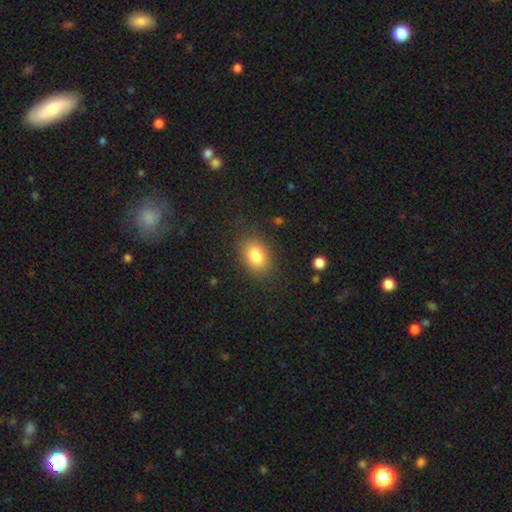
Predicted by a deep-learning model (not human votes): Smooth or featured?
  - smooth: 83% *
  - star or artifact: 9%
  - featured or disk: 8%
How rounded?
  - in between: 75% *
  - round: 24%
  - cigar-shaped: 1%
Merging?
  - none: 83% *
  - minor disturbance: 12%
  - major disturbance: 5%
  - merger: 1%